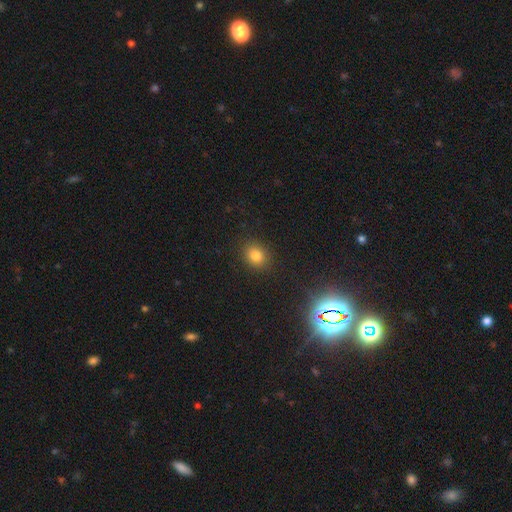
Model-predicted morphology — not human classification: Q: Smooth or featured?
A: smooth (80%); runner-up: star or artifact (14%)
Q: How rounded?
A: round (64%); runner-up: in between (35%)
Q: Merging?
A: none (89%); runner-up: minor disturbance (7%)